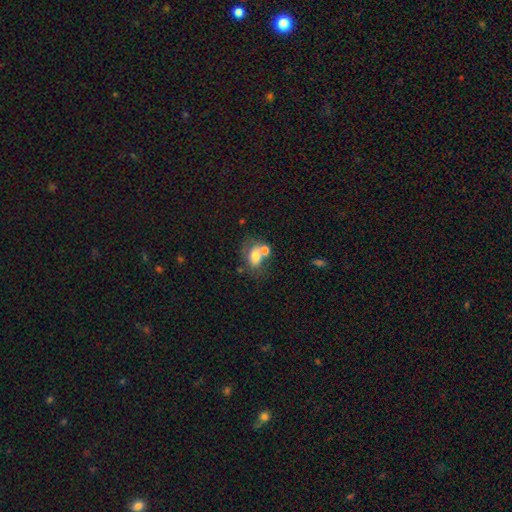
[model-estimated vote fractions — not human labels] Q: Smooth or featured?
A: smooth (69%); runner-up: featured or disk (21%)
Q: How rounded?
A: in between (69%); runner-up: round (30%)
Q: Merging?
A: merger (45%); runner-up: none (33%)